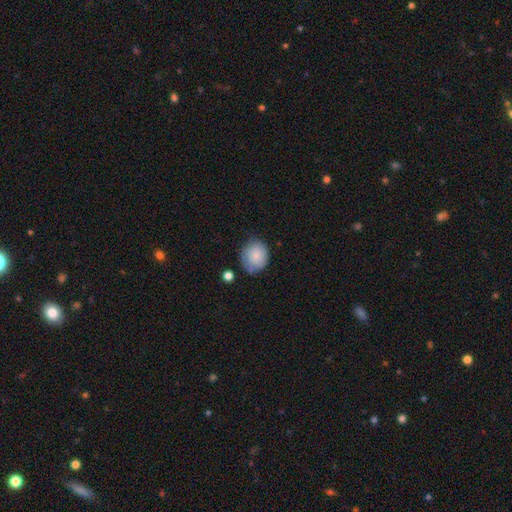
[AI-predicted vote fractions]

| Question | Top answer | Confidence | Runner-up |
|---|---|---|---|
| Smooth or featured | smooth | 78% | featured or disk (14%) |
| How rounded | round | 76% | in between (23%) |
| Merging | none | 63% | minor disturbance (26%) |